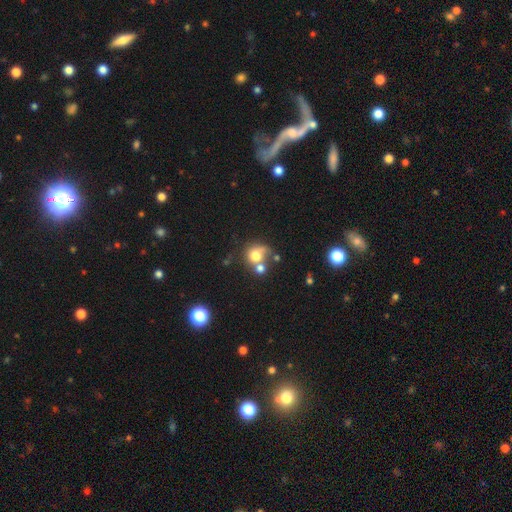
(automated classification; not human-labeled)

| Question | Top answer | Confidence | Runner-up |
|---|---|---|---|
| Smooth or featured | smooth | 71% | featured or disk (17%) |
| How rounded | round | 74% | in between (25%) |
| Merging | merger | 42% | none (33%) |